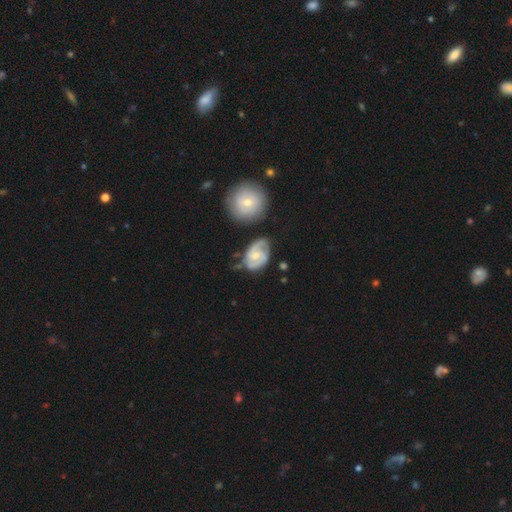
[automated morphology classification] featured or disk 82%, smooth 13%, star or artifact 5%. Down the decision tree: edge-on disk — no (98%); bar — no (48%); spiral arms — yes (94%); spiral arm count — 2 (73%); spiral winding — medium (48%); bulge size — small (48%); merging — none (56%).